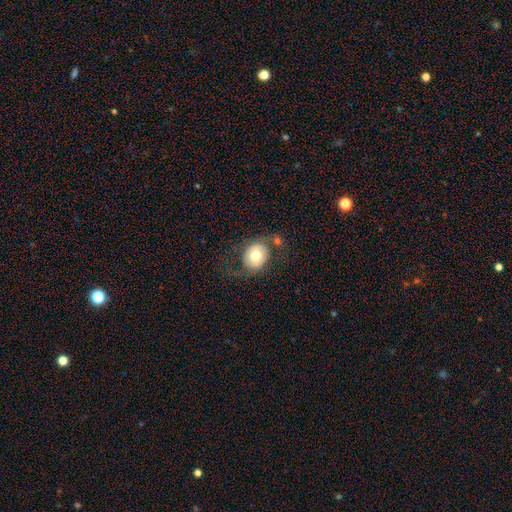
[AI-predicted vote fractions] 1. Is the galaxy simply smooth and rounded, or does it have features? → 55% smooth, 37% featured or disk, 8% star or artifact.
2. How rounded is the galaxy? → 66% round, 33% in between, 1% cigar-shaped.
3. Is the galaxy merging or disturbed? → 61% none, 17% minor disturbance, 17% major disturbance, 5% merger.